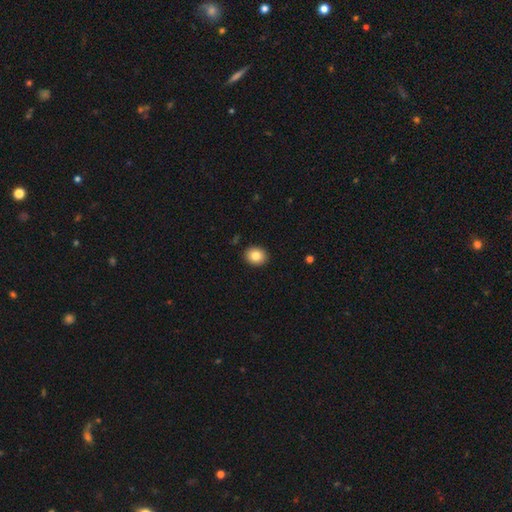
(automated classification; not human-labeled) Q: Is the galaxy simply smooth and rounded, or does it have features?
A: smooth — 83%.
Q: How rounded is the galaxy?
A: round — 61%.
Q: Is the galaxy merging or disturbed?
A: none — 91%.